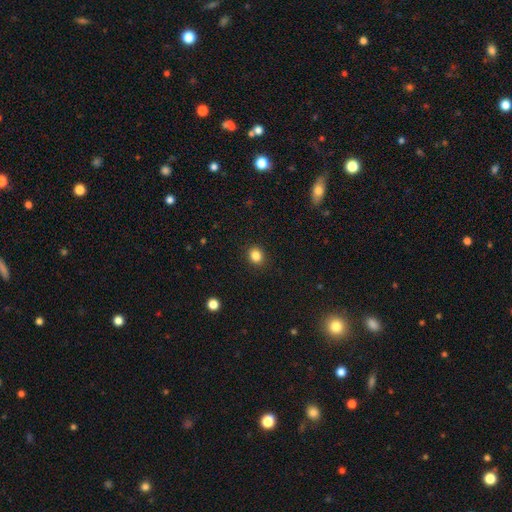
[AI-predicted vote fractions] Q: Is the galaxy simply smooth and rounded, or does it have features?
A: smooth — 85%.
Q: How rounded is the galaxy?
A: round — 66%.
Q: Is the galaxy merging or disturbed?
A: none — 90%.